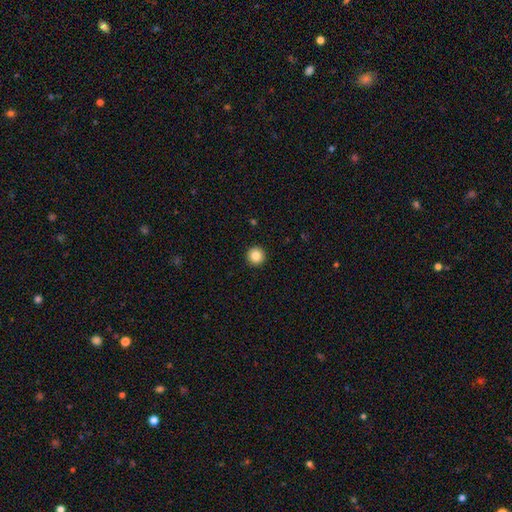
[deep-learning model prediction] A smooth galaxy with no disk features (85%) that is round (96%). Merging: none (94%).